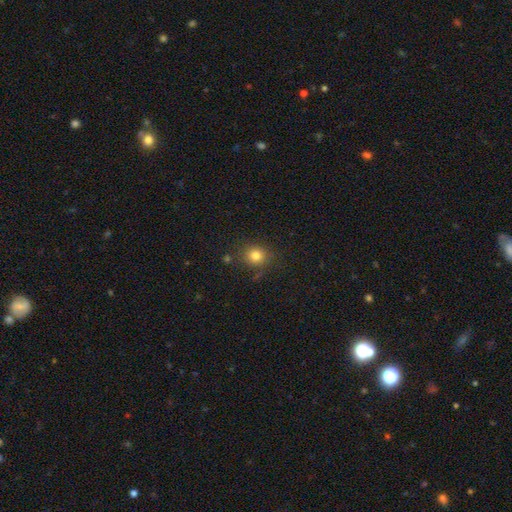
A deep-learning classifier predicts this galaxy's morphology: Smooth or featured: smooth — 80% (star or artifact — 13%)
How rounded: round — 82% (in between — 18%)
Merging: none — 81% (minor disturbance — 11%)